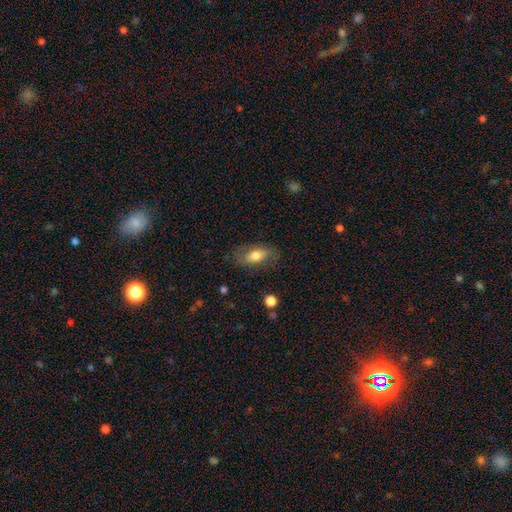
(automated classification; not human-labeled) A smooth galaxy with no disk features (64%) that is in between round and cigar-shaped (84%).

Vote fractions:
- Smooth or featured? smooth: 64% / featured or disk: 29% / star or artifact: 7%
- How rounded? in between: 84% / cigar-shaped: 11% / round: 5%
- Merging? none: 74% / minor disturbance: 17% / major disturbance: 7% / merger: 1%